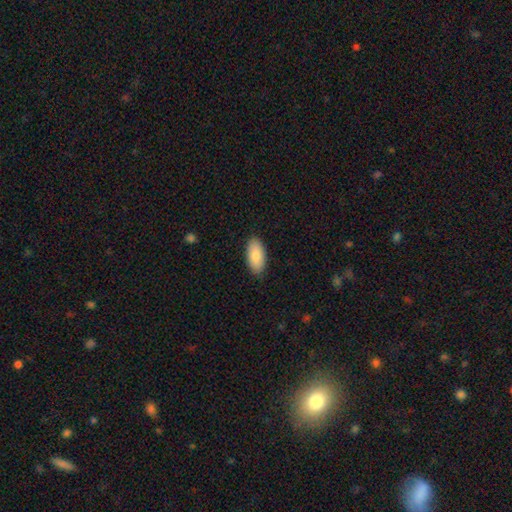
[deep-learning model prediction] Smooth or featured?
  - smooth: 86% *
  - featured or disk: 8%
  - star or artifact: 6%
How rounded?
  - in between: 93% *
  - cigar-shaped: 5%
  - round: 2%
Merging?
  - none: 87% *
  - minor disturbance: 10%
  - major disturbance: 2%
  - merger: 1%